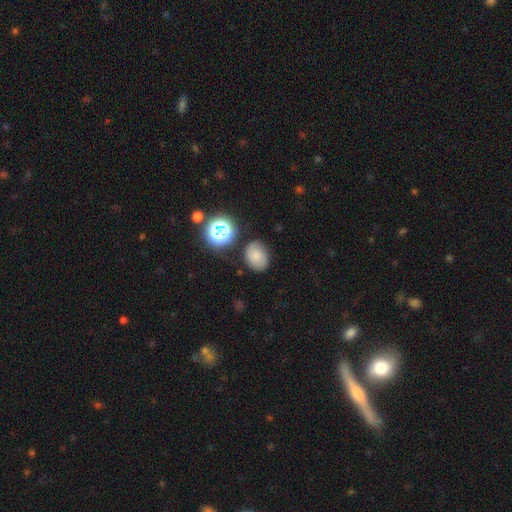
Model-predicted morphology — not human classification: Smooth or featured: smooth — 70% (featured or disk — 15%)
How rounded: in between — 50% (round — 49%)
Merging: none — 76% (minor disturbance — 16%)